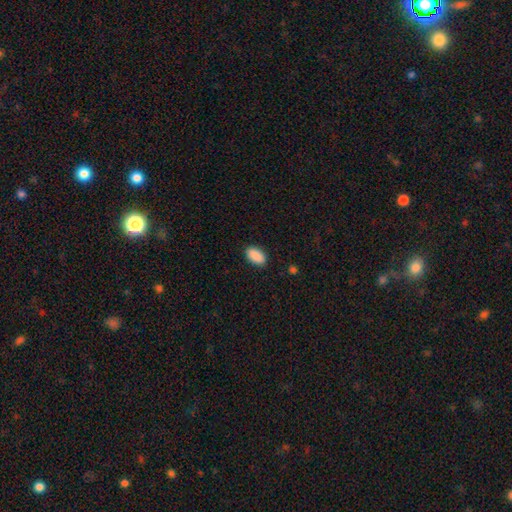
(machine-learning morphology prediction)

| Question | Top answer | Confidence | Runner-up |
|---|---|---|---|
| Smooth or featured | smooth | 91% | star or artifact (7%) |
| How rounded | in between | 94% | round (4%) |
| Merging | none | 89% | minor disturbance (8%) |